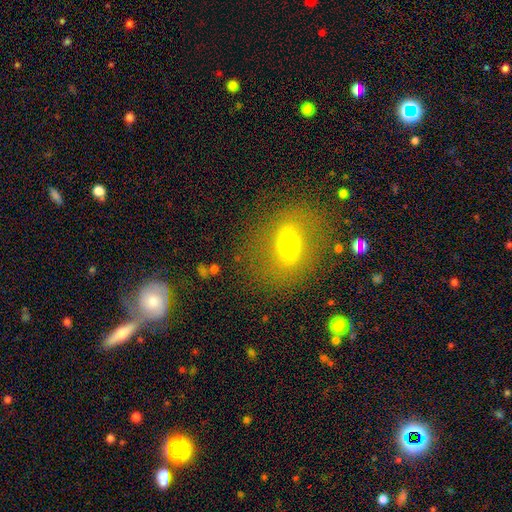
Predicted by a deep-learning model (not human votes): This appears to be a smooth galaxy with no disk features (52%) that is in between round and cigar-shaped (62%). Merging: none (76%).